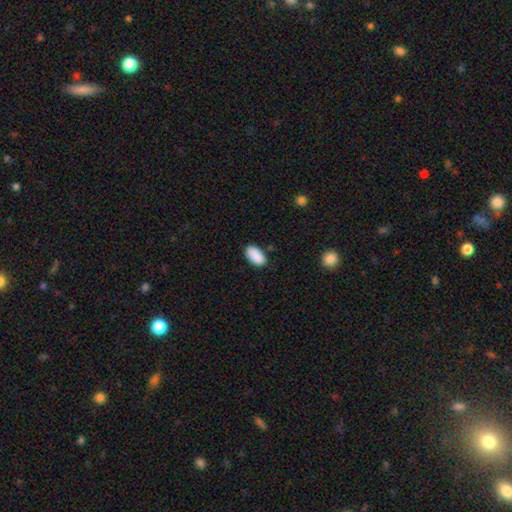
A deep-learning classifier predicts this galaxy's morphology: smooth_or_featured: smooth (p=0.89) [alt: star or artifact p=0.07]
how_rounded: in between (p=0.94) [alt: round p=0.04]
merging: none (p=0.80) [alt: minor disturbance p=0.15]